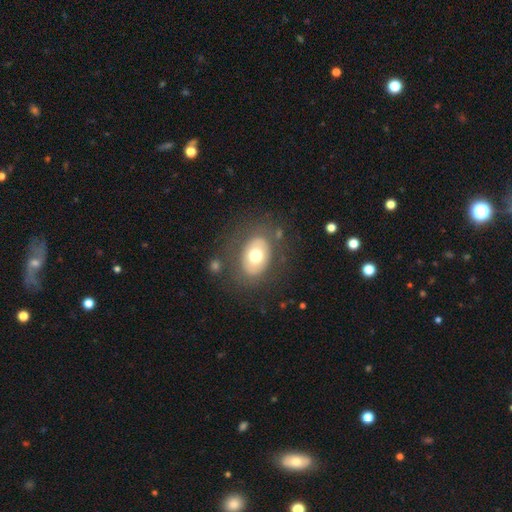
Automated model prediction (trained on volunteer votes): This is likely a smooth galaxy (63%). How rounded: likely in between (75%). Merging: likely none (77%).